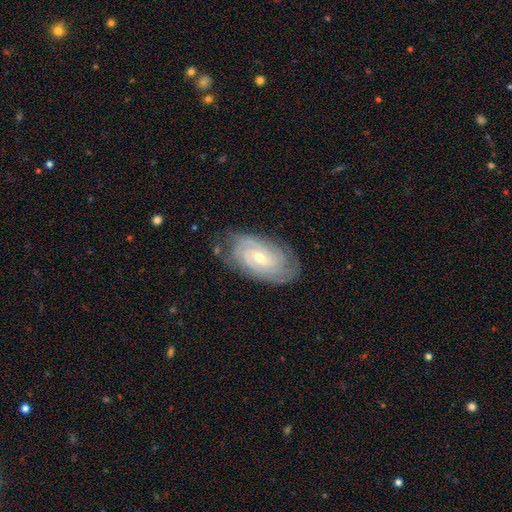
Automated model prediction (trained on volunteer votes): Smooth or featured: featured or disk — 74% (smooth — 18%)
Edge-on disk: no — 94% (yes — 6%)
Bar: no — 58% (weak — 33%)
Spiral arms: yes — 90% (no — 10%)
Spiral winding: tight — 73% (medium — 21%)
Spiral arm count: can't tell — 46% (2 — 27%)
Bulge size: small — 56% (moderate — 40%)
Merging: none — 77% (minor disturbance — 17%)